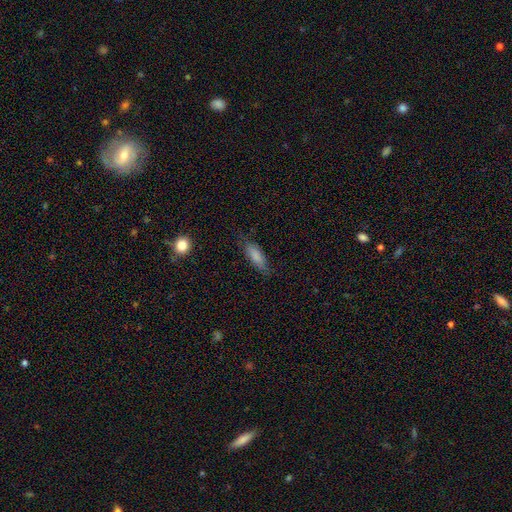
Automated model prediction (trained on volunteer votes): A smooth galaxy with no disk features (82%) that is in between round and cigar-shaped (62%). Merging: none (73%).